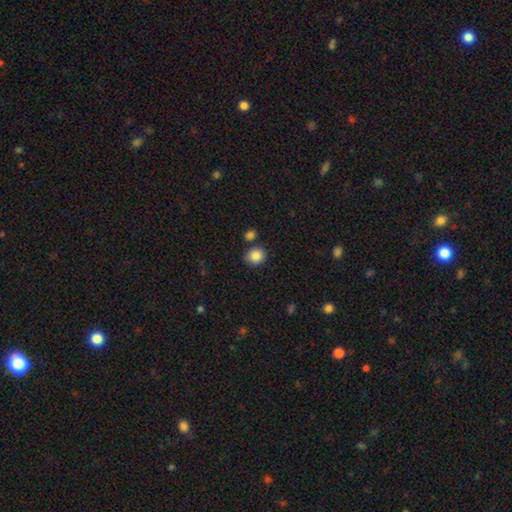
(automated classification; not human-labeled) smooth-or-featured: smooth: 86% | star or artifact: 9% | featured or disk: 5%
  how-rounded: round: 77% | in between: 22% | cigar-shaped: 1%
  merging: none: 78% | minor disturbance: 11% | merger: 8% | major disturbance: 3%